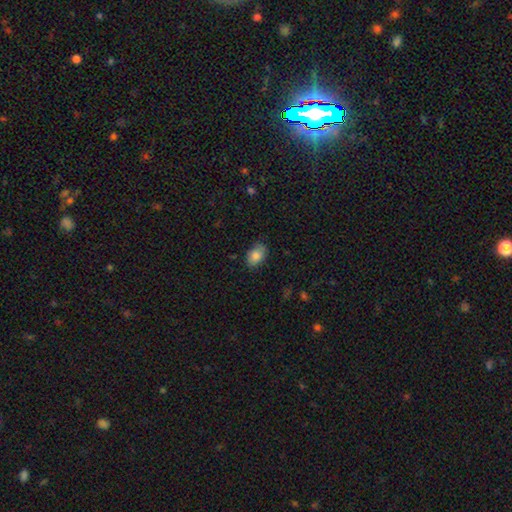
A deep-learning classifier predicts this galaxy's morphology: Smooth or featured? smooth (83%)
How rounded? in between (85%)
Merging? none (81%)